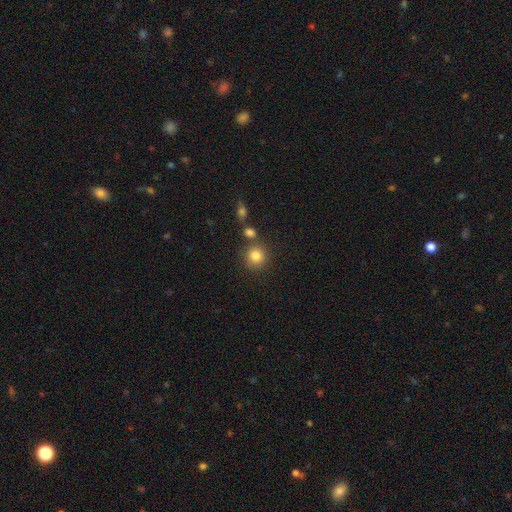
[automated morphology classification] smooth 82%, star or artifact 11%, featured or disk 7%. Down the decision tree: how rounded — round (90%); merging — none (75%).